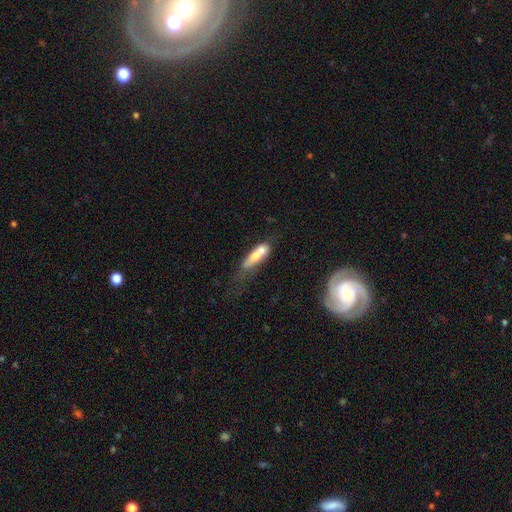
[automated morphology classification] Smooth or featured? smooth (56%)
How rounded? in between (49%)
Merging? merger (47%)